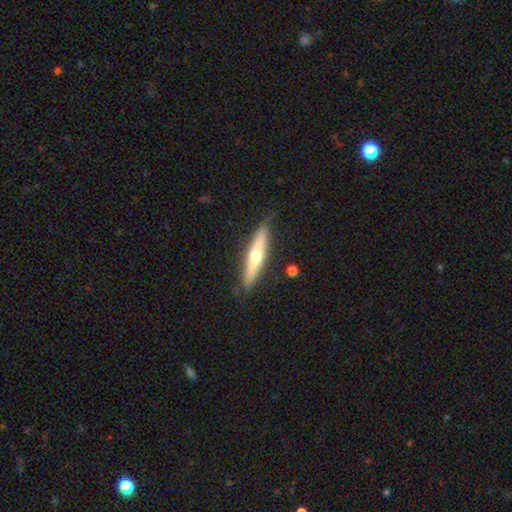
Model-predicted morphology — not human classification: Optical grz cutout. It shows a featured or disk galaxy (48%). Merging: none (85%).